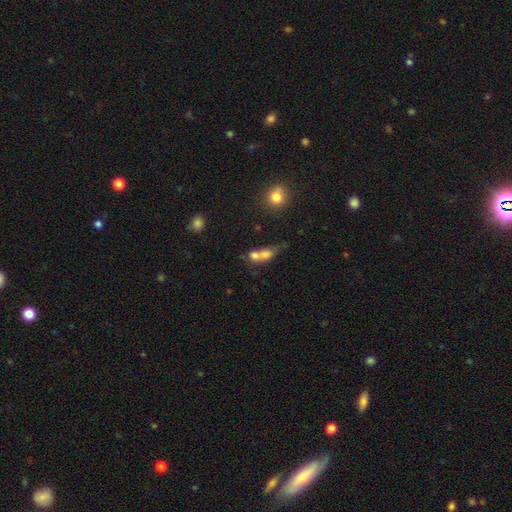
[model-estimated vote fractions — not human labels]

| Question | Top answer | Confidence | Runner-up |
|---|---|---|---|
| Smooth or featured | smooth | 67% | featured or disk (20%) |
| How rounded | in between | 58% | round (30%) |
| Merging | merger | 62% | none (21%) |